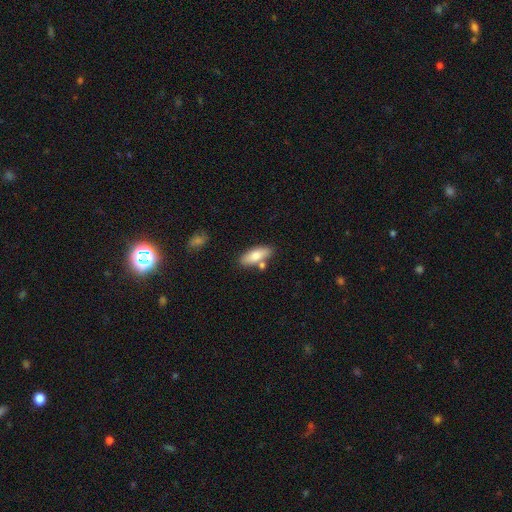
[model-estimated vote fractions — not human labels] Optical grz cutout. It shows a smooth galaxy with no disk features (76%) that is in between round and cigar-shaped (73%). Merging: none (74%).